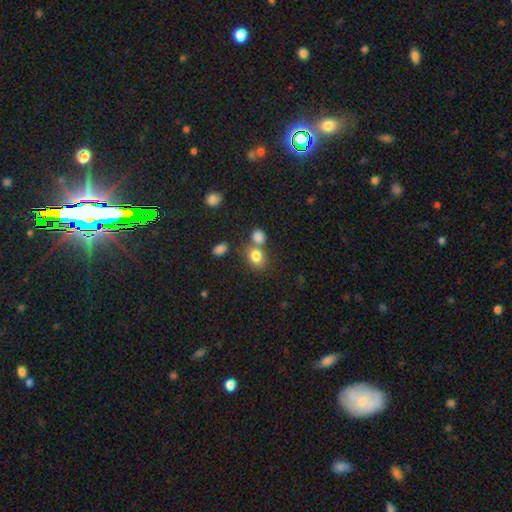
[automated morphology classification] Smooth or featured? Predicted: smooth (p=0.81). How rounded? Predicted: in between (p=0.63). Merging? Predicted: none (p=0.50).